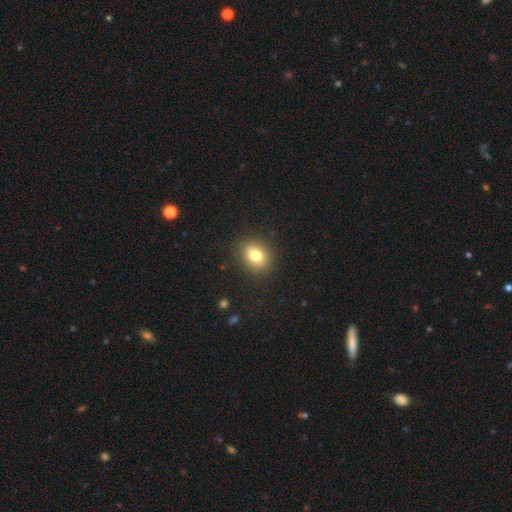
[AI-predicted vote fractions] smooth-or-featured: smooth: 79% | star or artifact: 11% | featured or disk: 10%
  how-rounded: round: 51% | in between: 48% | cigar-shaped: 1%
  merging: none: 87% | minor disturbance: 9% | major disturbance: 3% | merger: 1%